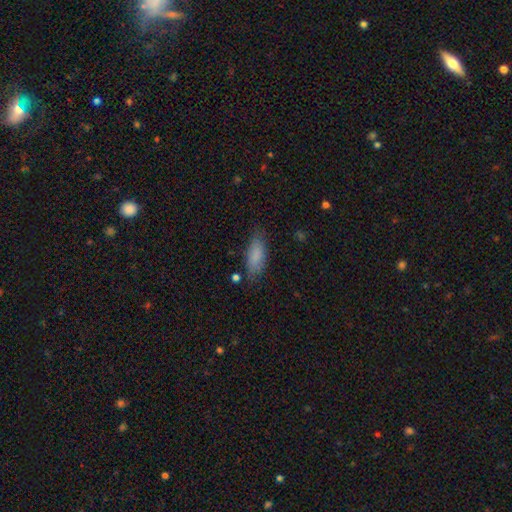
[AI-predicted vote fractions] smooth_or_featured: smooth (p=0.83) [alt: featured or disk p=0.10]
how_rounded: in between (p=0.73) [alt: cigar-shaped p=0.25]
merging: none (p=0.74) [alt: minor disturbance p=0.19]